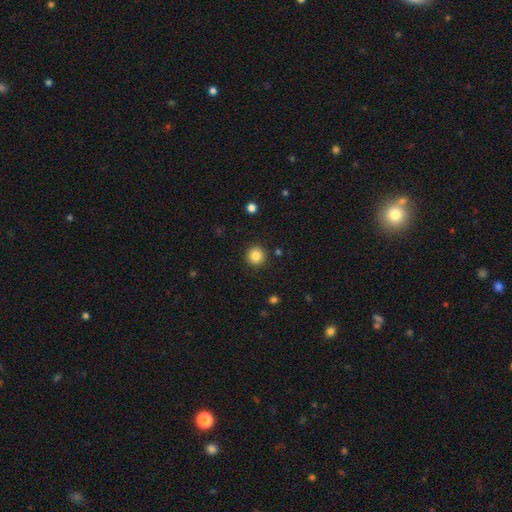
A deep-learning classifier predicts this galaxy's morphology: smooth 85%, star or artifact 10%, featured or disk 4%. Down the decision tree: how rounded — round (95%); merging — none (92%).